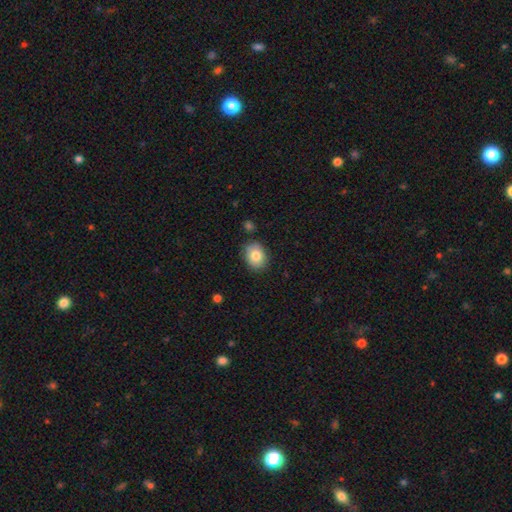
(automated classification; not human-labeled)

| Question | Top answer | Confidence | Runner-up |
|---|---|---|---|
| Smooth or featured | smooth | 82% | featured or disk (10%) |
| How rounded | in between | 57% | round (42%) |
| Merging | none | 84% | minor disturbance (11%) |